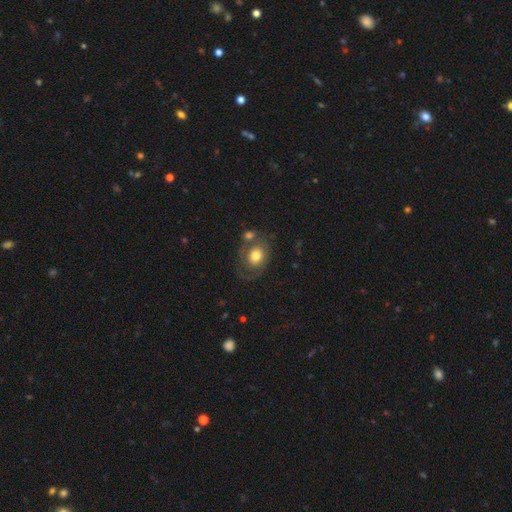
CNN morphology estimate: This is possibly a smooth galaxy (56%). How rounded: possibly in between (55%). Merging: possibly none (51%).